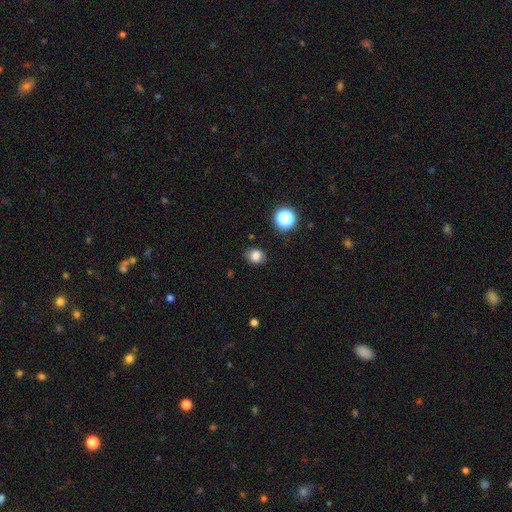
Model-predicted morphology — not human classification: Overall: smooth (81%). How rounded: round (66%; in between 33%). Merging: none (83%).